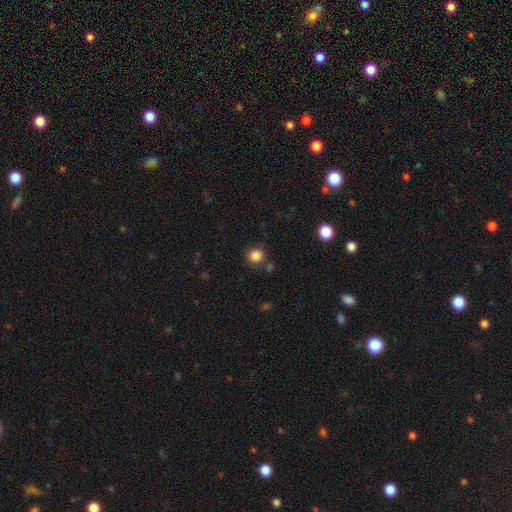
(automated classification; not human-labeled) Overall: smooth (85%). How rounded: round (90%). Merging: none (80%).